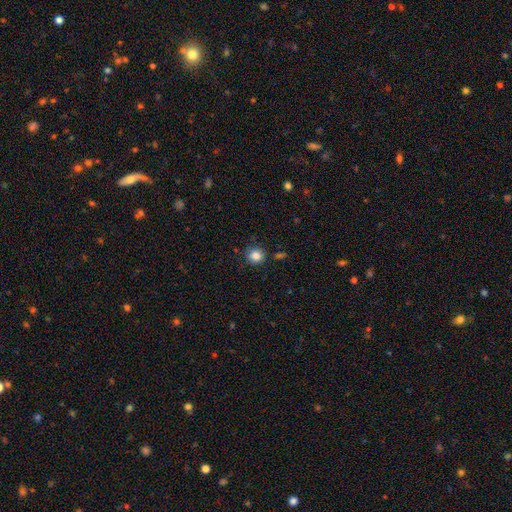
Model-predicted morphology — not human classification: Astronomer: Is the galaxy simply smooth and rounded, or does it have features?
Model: smooth — 86%.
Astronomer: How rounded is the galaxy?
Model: round — 86%.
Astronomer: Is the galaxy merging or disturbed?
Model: none — 83%.